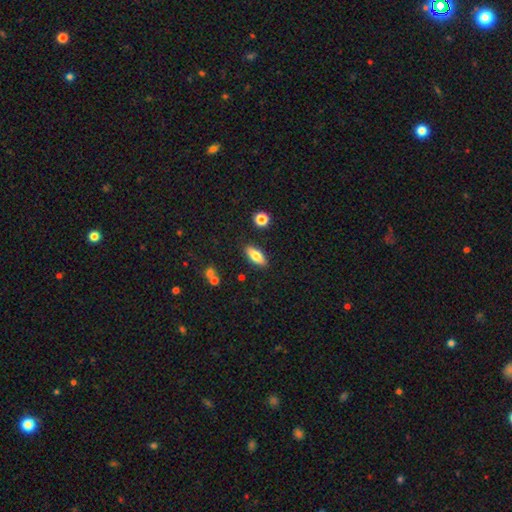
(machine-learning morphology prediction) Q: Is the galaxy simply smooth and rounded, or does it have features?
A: smooth — 74%.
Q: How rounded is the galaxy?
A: in between — 76%.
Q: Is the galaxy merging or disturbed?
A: none — 86%.